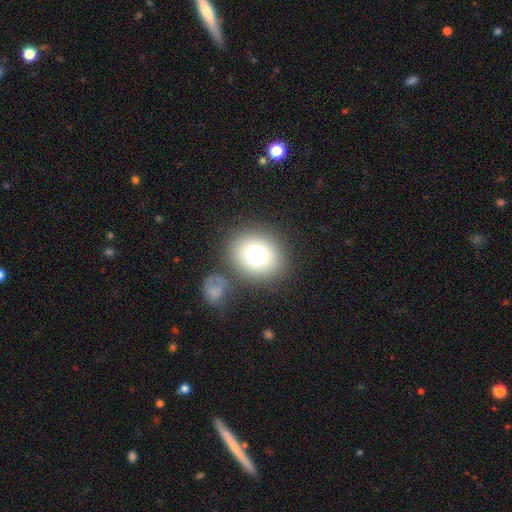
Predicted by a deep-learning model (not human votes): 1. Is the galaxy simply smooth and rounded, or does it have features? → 72% smooth, 15% featured or disk, 13% star or artifact.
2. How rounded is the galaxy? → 69% round, 30% in between, 1% cigar-shaped.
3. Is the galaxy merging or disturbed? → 75% none, 10% merger, 10% minor disturbance, 5% major disturbance.